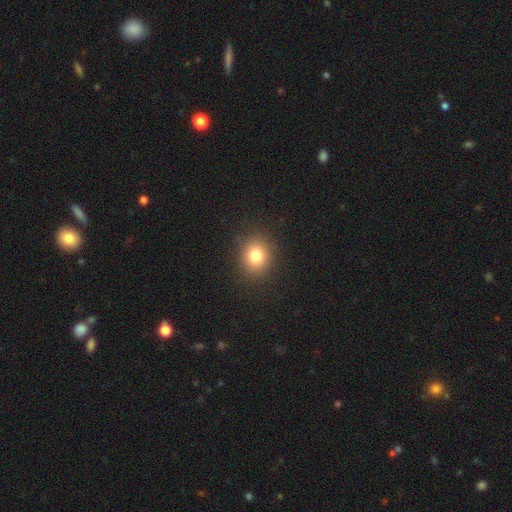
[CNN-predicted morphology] The model was most divided on "how rounded": round: 69%, in between: 30%, cigar-shaped: 1%. More confident: merging — none (89%); smooth or featured — smooth (80%).